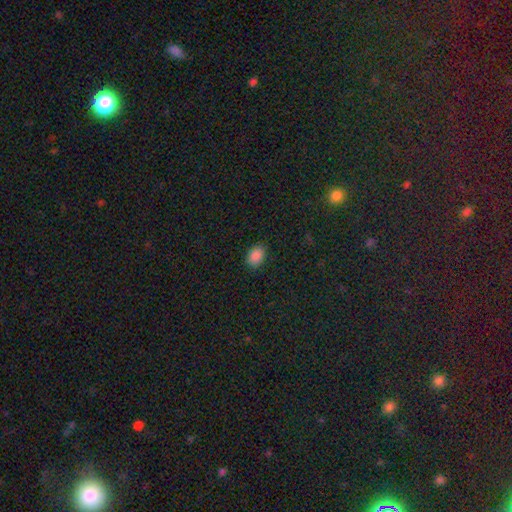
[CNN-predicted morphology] This appears to be a smooth galaxy with no disk features (87%) that is in between round and cigar-shaped (79%). Merging: none (87%).